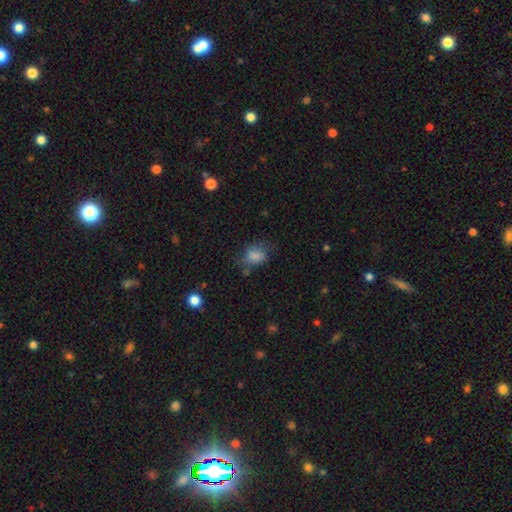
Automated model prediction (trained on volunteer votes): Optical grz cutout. It shows a smooth galaxy with no disk features (79%) that is in between round and cigar-shaped (59%). Merging: none (55%).